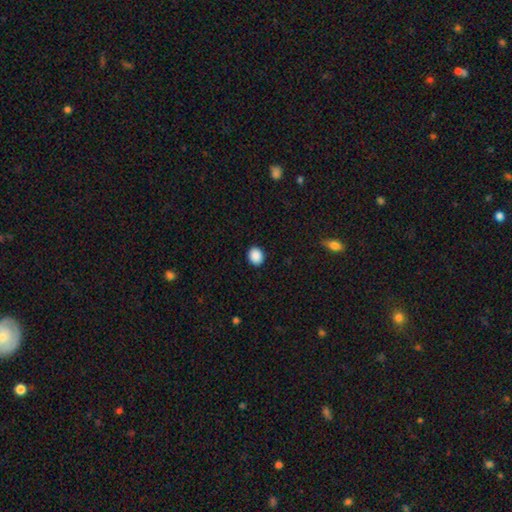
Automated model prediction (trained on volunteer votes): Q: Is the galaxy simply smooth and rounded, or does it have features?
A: smooth — 89%.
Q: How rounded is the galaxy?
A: round — 62%.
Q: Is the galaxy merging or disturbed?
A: none — 91%.